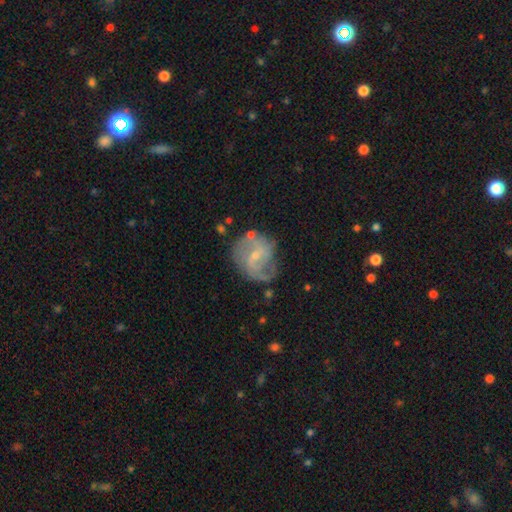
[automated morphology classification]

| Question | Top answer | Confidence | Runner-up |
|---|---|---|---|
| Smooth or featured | featured or disk | 73% | smooth (20%) |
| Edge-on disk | no | 97% | yes (3%) |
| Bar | weak | 52% | no (36%) |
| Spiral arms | yes | 83% | no (17%) |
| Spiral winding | medium | 44% | tight (30%) |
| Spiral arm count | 2 | 55% | can't tell (25%) |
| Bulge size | small | 69% | moderate (24%) |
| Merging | none | 55% | minor disturbance (25%) |